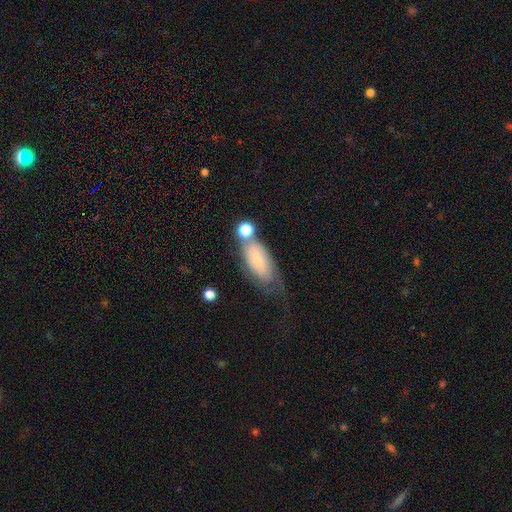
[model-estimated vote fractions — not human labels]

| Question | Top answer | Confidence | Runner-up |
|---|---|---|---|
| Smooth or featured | smooth | 60% | featured or disk (30%) |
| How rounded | in between | 80% | cigar-shaped (16%) |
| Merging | none | 36% | minor disturbance (25%) |